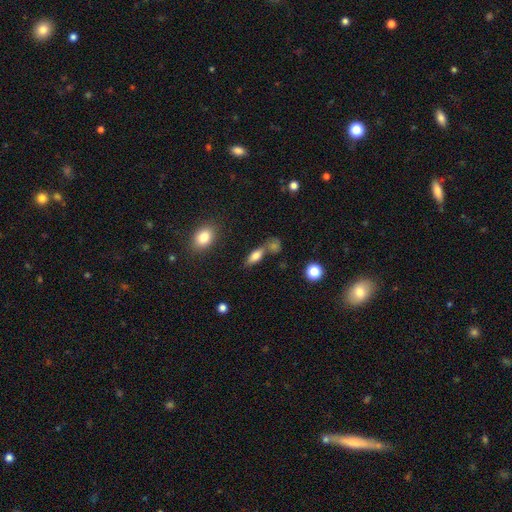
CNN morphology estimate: Smooth or featured? smooth (72%)
How rounded? in between (70%)
Merging? none (54%)